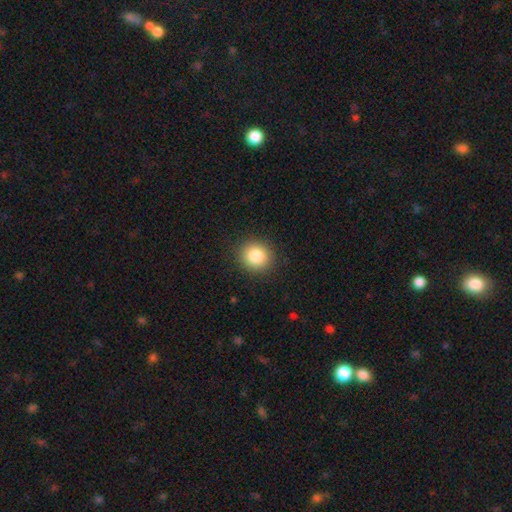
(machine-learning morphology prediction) smooth-or-featured: smooth: 85% | star or artifact: 10% | featured or disk: 5%
  how-rounded: round: 87% | in between: 12% | cigar-shaped: 1%
  merging: none: 90% | minor disturbance: 7% | major disturbance: 2% | merger: 1%